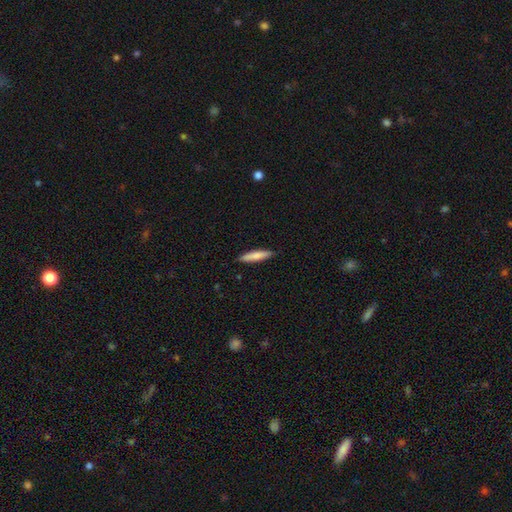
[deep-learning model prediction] Q: Smooth or featured?
A: smooth (77%); runner-up: featured or disk (18%)
Q: How rounded?
A: cigar-shaped (87%); runner-up: in between (12%)
Q: Merging?
A: none (89%); runner-up: minor disturbance (8%)